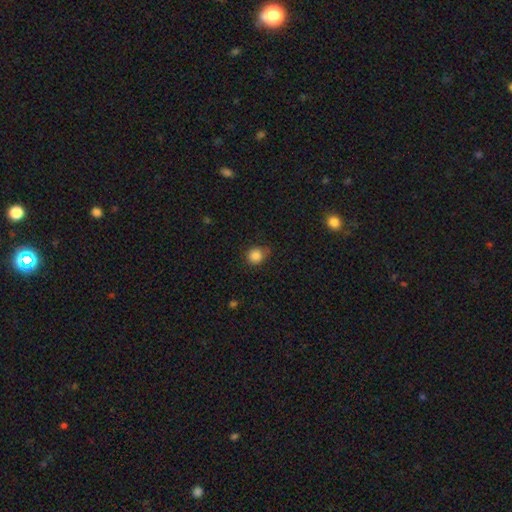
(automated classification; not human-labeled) This is clearly a smooth galaxy (85%). How rounded: clearly round (84%). Merging: likely none (74%).